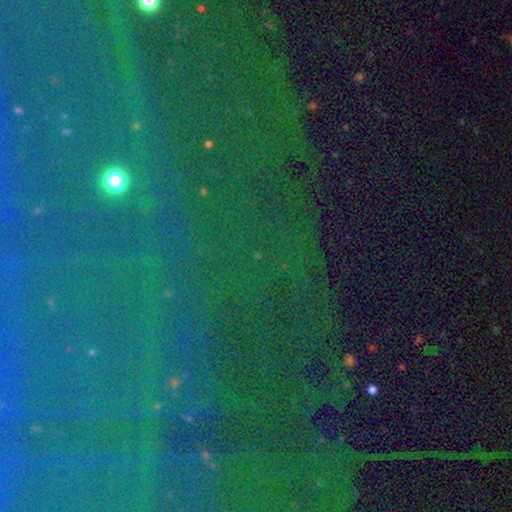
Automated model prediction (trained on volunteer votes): The model was most divided on "smooth or featured": star or artifact: 81%, smooth: 10%, featured or disk: 9%.